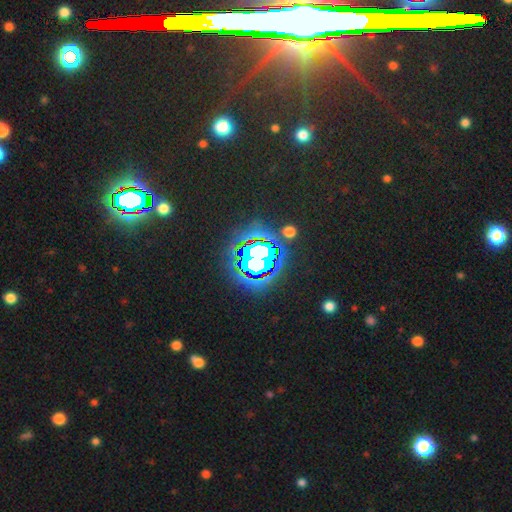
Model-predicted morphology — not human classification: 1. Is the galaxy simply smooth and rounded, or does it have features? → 71% star or artifact, 16% smooth, 13% featured or disk.